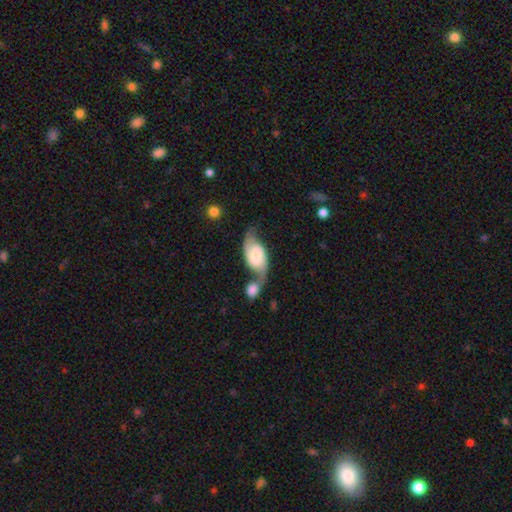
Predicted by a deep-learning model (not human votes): smooth-or-featured: featured or disk: 63% | smooth: 31% | star or artifact: 6%
  disk-edge-on: no: 94% | yes: 6%
    bar: no: 43% | weak: 40% | strong: 17%
    has-spiral-arms: yes: 89% | no: 11%
      spiral-winding: loose: 57% | medium: 32% | tight: 11%
      spiral-arm-count: 2: 89% | can't tell: 5% | 1: 3% | 3: 1% | 4: 1% | more than 4: 1%
    bulge-size: small: 33% | moderate: 31% | large: 20% | none: 11% | dominant: 5%
  merging: merger: 53% | none: 23% | minor disturbance: 14% | major disturbance: 11%